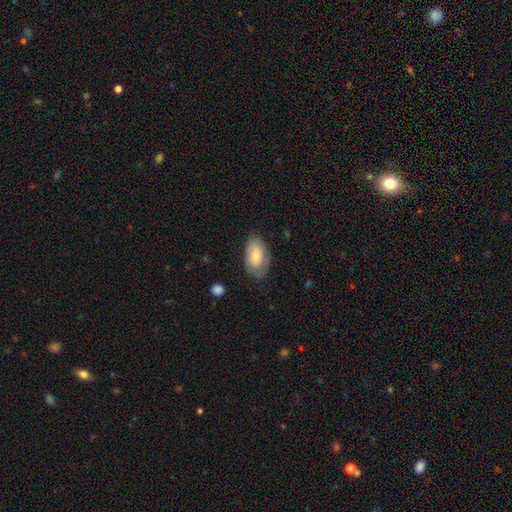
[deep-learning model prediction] Q: Smooth or featured?
A: smooth (67%); runner-up: featured or disk (26%)
Q: How rounded?
A: in between (93%); runner-up: round (6%)
Q: Merging?
A: none (68%); runner-up: minor disturbance (24%)